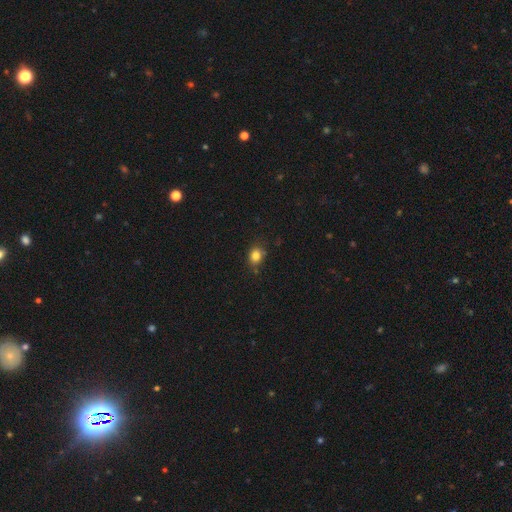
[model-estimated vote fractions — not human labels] This is clearly a smooth galaxy (82%). How rounded: possibly round (56%). Merging: likely none (72%).